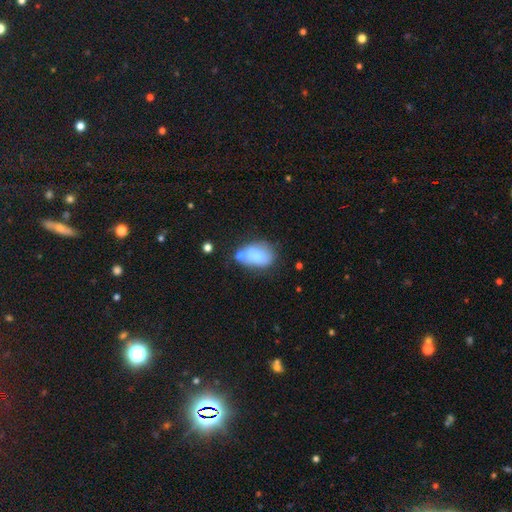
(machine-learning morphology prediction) Smooth or featured? smooth (71%)
How rounded? in between (80%)
Merging? none (36%)